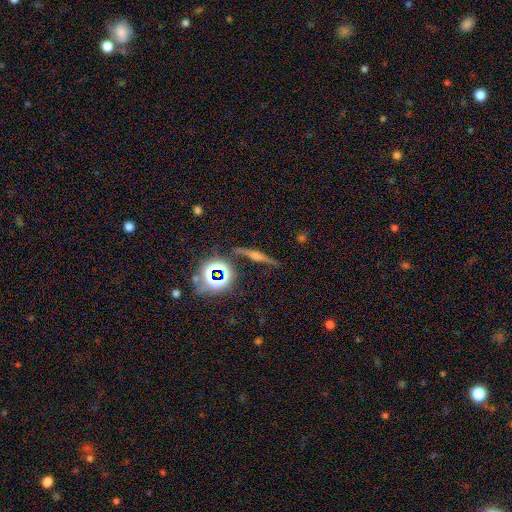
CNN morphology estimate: smooth_or_featured: featured or disk (p=0.60) [alt: star or artifact p=0.22]
disk_edge_on: yes (p=0.93) [alt: no p=0.07]
edge_on_bulge: rounded (p=0.81) [alt: boxy p=0.11]
merging: none (p=0.86) [alt: minor disturbance p=0.09]